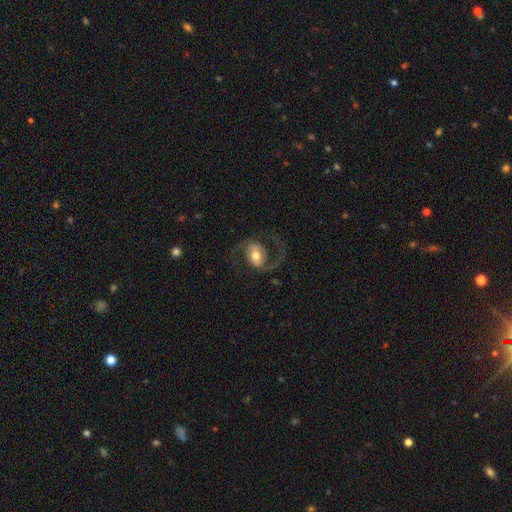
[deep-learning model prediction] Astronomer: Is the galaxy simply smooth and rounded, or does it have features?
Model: featured or disk — 82%.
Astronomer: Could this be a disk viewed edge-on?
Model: no — 97%.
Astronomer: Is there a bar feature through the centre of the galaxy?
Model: no — 45% (runner-up: weak, 36%).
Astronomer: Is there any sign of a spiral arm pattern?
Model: yes — 94%.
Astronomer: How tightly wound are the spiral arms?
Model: medium — 51% (runner-up: loose, 39%).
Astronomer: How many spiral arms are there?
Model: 2 — 92%.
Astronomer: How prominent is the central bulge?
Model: moderate — 67%.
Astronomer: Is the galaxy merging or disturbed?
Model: none — 73%.